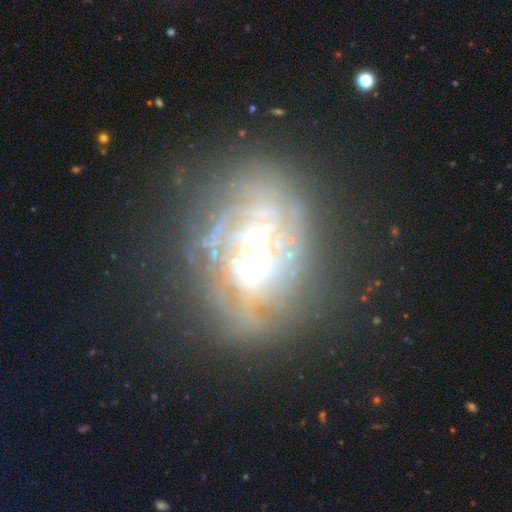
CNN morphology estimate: smooth-or-featured: featured or disk: 73% | star or artifact: 14% | smooth: 13%
  disk-edge-on: no: 94% | yes: 6%
    bar: no: 34% (tied) | strong: 34% (tied) | weak: 31%
    has-spiral-arms: yes: 70% | no: 30%
    bulge-size: moderate: 39% | large: 33% | small: 11% | none: 11% | dominant: 7%
  merging: none: 59% | minor disturbance: 19% | major disturbance: 18% | merger: 4%